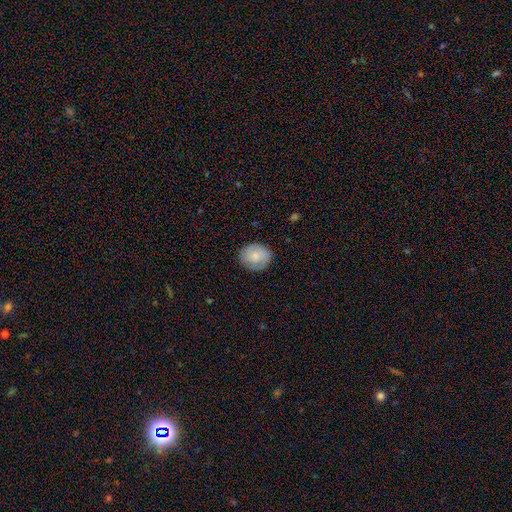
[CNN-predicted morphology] Overall: smooth (71%). How rounded: round (66%; in between 33%). Merging: none (82%).